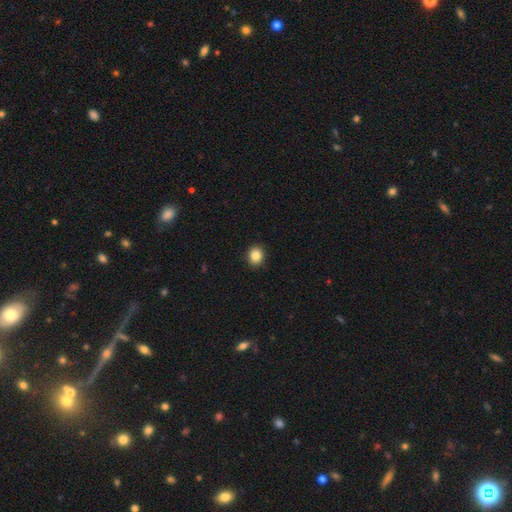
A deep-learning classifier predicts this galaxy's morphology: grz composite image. It shows a smooth galaxy with no disk features (85%) that is round (75%). Merging: none (91%).